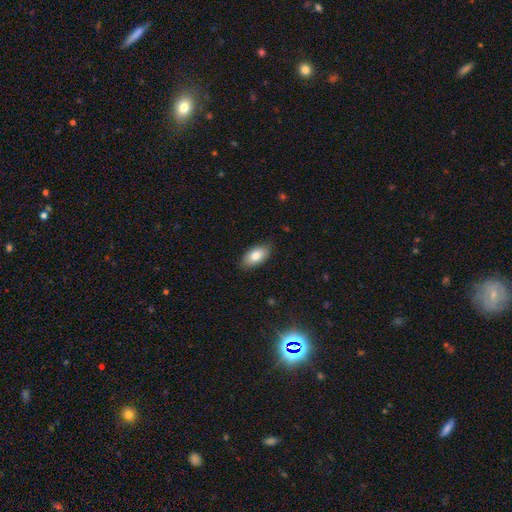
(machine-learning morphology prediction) smooth_or_featured: smooth (p=0.81) [alt: featured or disk p=0.12]
how_rounded: in between (p=0.93) [alt: round p=0.04]
merging: none (p=0.85) [alt: minor disturbance p=0.12]